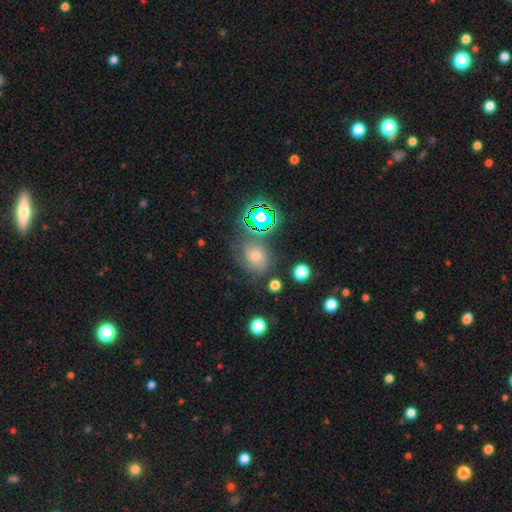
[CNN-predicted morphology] Smooth or featured? Predicted: star or artifact (p=0.38).